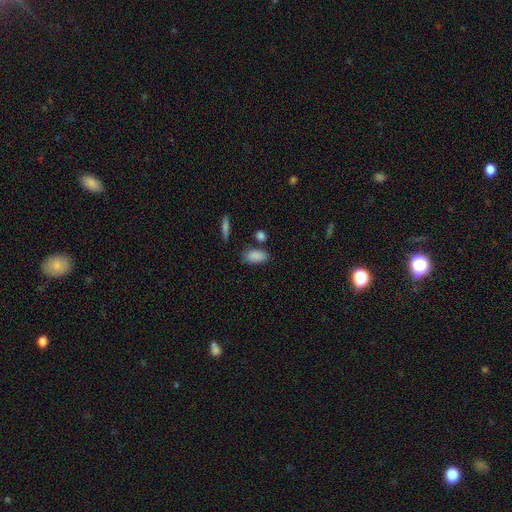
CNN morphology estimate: Overall: smooth (87%). How rounded: in between (91%). Merging: none (71%).